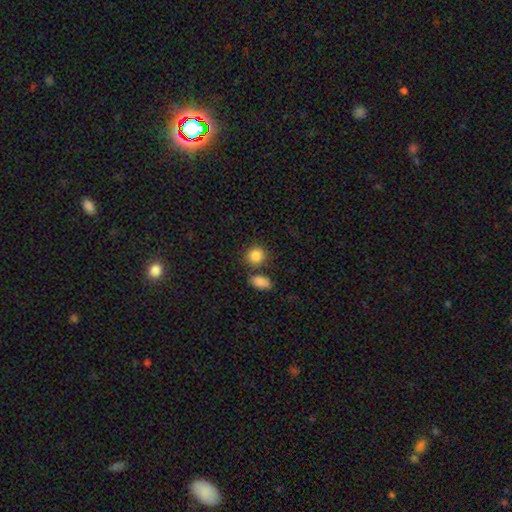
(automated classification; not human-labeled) Smooth or featured: smooth — 87% (star or artifact — 9%)
How rounded: round — 79% (in between — 20%)
Merging: none — 69% (merger — 17%)